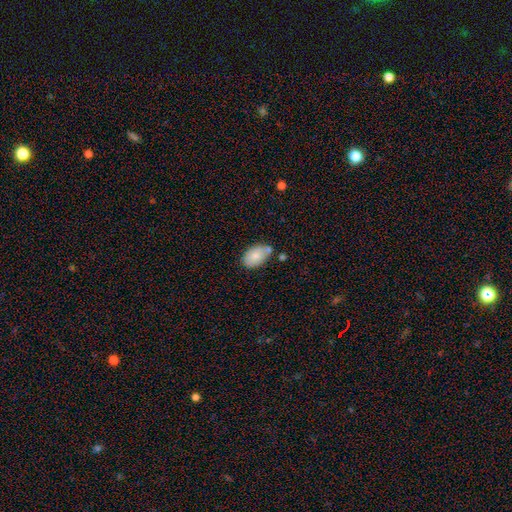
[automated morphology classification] smooth_or_featured: smooth (p=0.83) [alt: featured or disk p=0.10]
how_rounded: in between (p=0.92) [alt: round p=0.07]
merging: none (p=0.65) [alt: minor disturbance p=0.20]